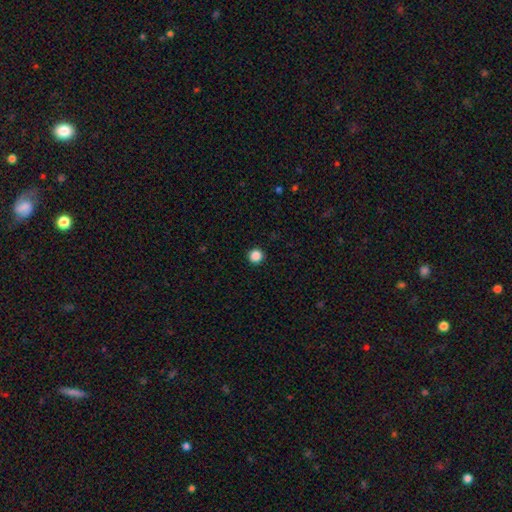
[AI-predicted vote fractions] Overall: smooth (87%). How rounded: round (96%). Merging: none (94%).